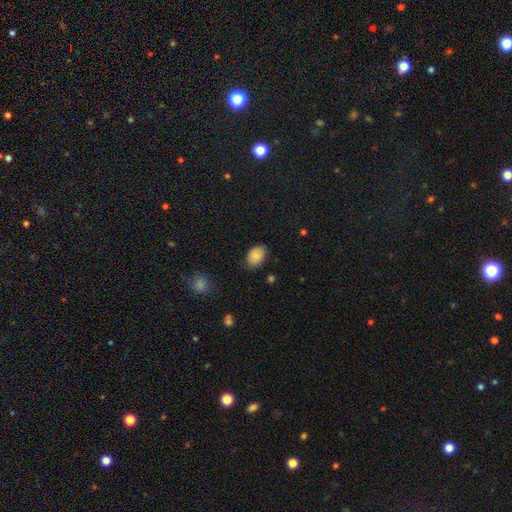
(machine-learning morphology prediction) Smooth or featured: smooth — 82% (featured or disk — 10%)
How rounded: in between — 85% (round — 14%)
Merging: none — 79% (minor disturbance — 17%)